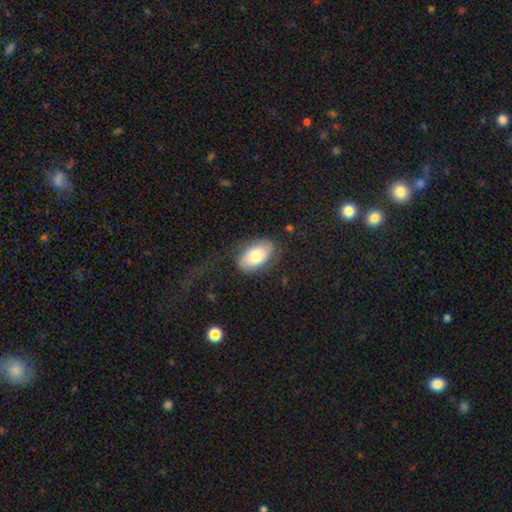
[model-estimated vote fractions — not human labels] A smooth galaxy with no disk features (68%) that is in between round and cigar-shaped (92%).

Vote fractions:
- Smooth or featured? smooth: 68% / featured or disk: 26% / star or artifact: 7%
- How rounded? in between: 92% / round: 6% / cigar-shaped: 1%
- Merging? none: 71% / minor disturbance: 17% / major disturbance: 11% / merger: 1%